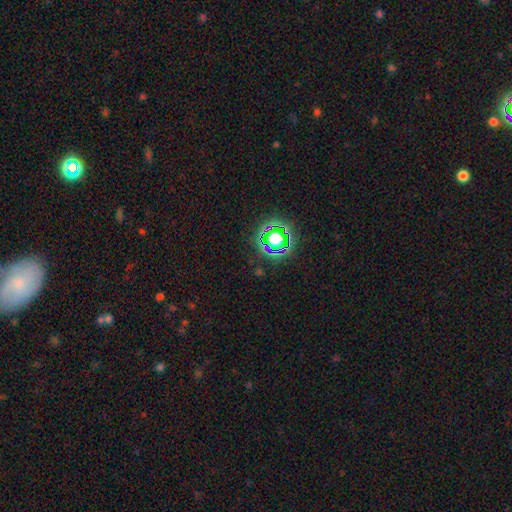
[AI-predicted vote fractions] Overall: star or artifact (76%).